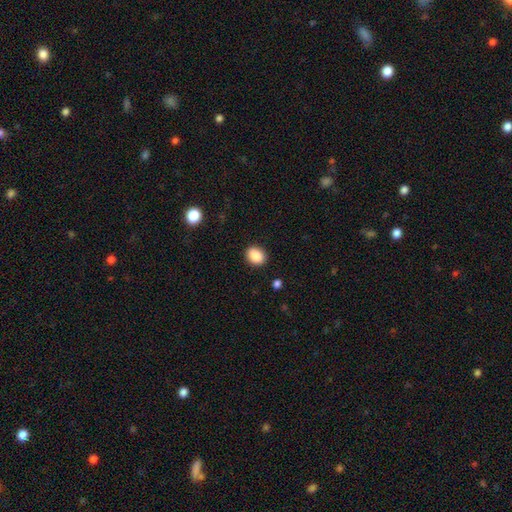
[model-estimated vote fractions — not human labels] Smooth or featured? smooth (88%)
How rounded? in between (53%)
Merging? none (88%)